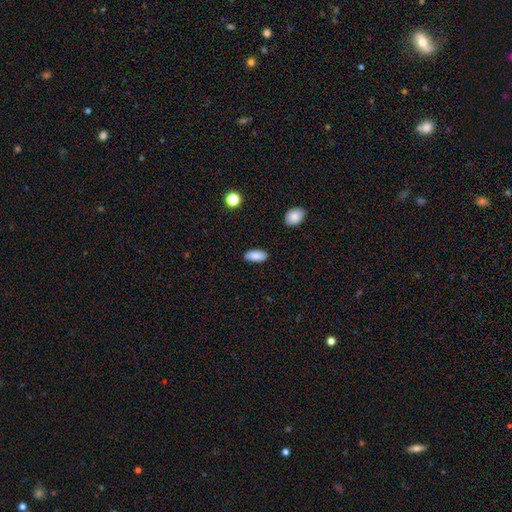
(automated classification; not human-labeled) A smooth galaxy with no disk features (87%) that is in between round and cigar-shaped (89%).

Vote fractions:
- Smooth or featured? smooth: 87% / star or artifact: 7% / featured or disk: 6%
- How rounded? in between: 89% / cigar-shaped: 9% / round: 2%
- Merging? none: 88% / minor disturbance: 9% / major disturbance: 2% / merger: 1%